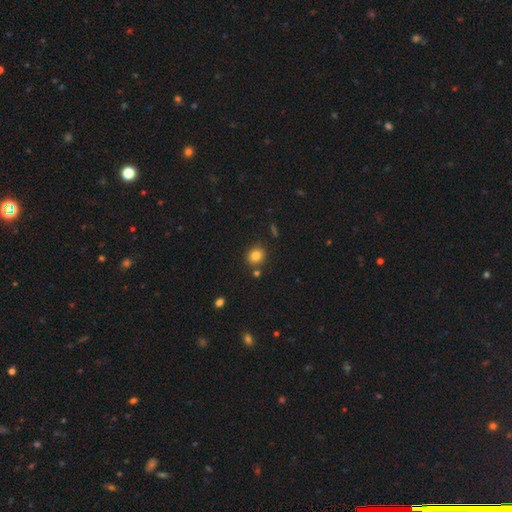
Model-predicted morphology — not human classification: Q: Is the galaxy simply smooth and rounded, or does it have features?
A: smooth — 82%.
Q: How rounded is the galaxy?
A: round — 76%.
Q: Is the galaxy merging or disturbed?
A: none — 82%.